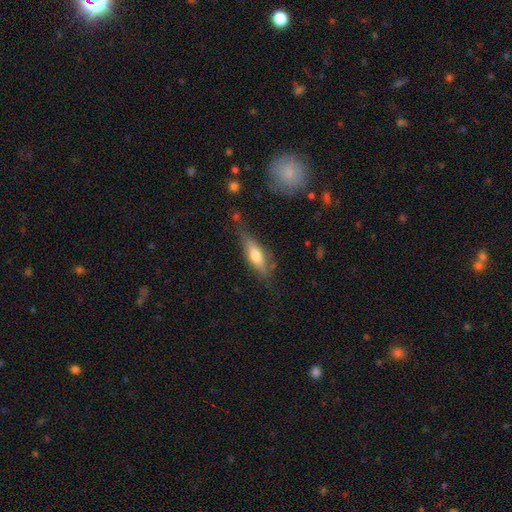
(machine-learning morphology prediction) Overall: smooth (52%; featured or disk 42%). How rounded: cigar-shaped (56%; in between 41%). Merging: none (66%).